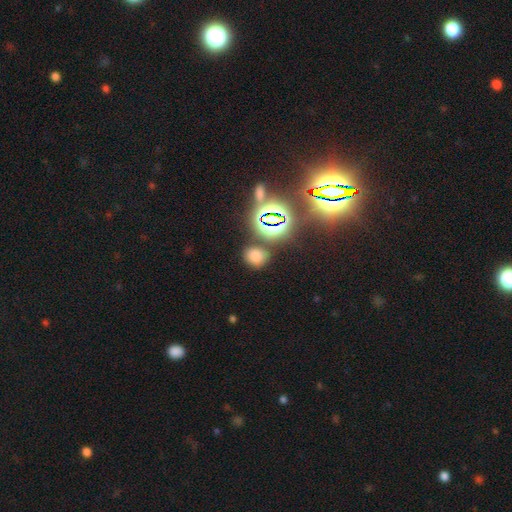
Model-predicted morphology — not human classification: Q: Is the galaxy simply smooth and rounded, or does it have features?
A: smooth — 65%.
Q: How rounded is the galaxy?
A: round — 65%.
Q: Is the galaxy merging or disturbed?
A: none — 77%.